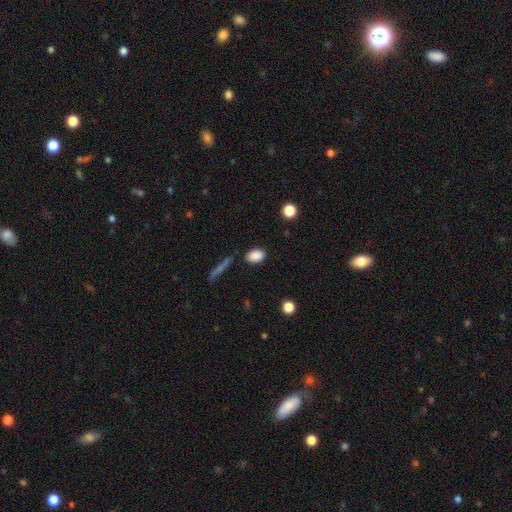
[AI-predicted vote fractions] Q: Smooth or featured?
A: smooth (87%); runner-up: star or artifact (8%)
Q: How rounded?
A: in between (84%); runner-up: round (14%)
Q: Merging?
A: none (82%); runner-up: minor disturbance (11%)